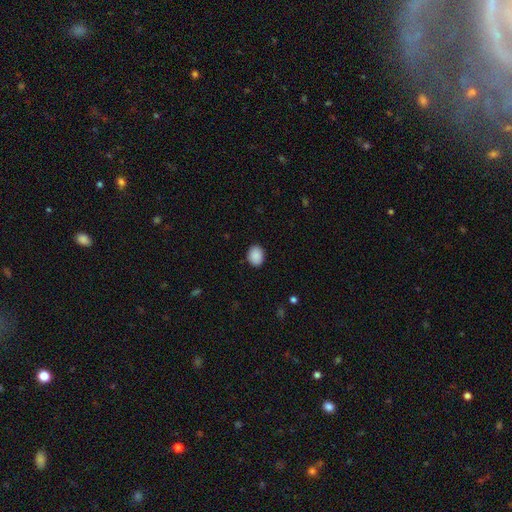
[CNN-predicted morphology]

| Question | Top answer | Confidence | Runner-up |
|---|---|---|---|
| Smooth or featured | smooth | 90% | star or artifact (7%) |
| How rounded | in between | 58% | round (41%) |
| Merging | none | 88% | minor disturbance (9%) |